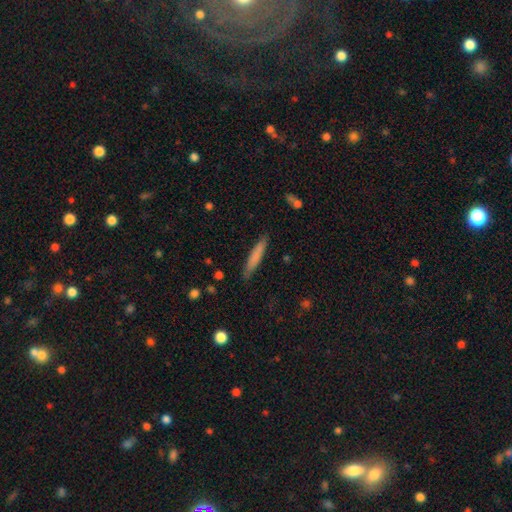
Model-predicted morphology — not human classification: This appears to be a smooth galaxy with no disk features (75%) that is cigar-shaped (93%). Merging: none (87%).